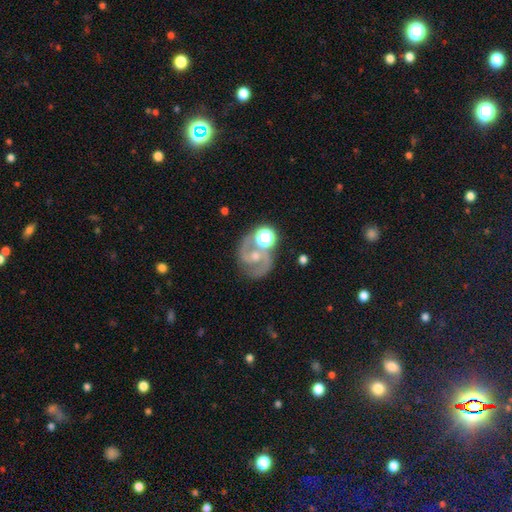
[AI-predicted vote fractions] smooth-or-featured: featured or disk: 77% | smooth: 13% | star or artifact: 10%
  disk-edge-on: no: 98% | yes: 2%
    bar: no: 43% | weak: 42% | strong: 14%
    has-spiral-arms: yes: 93% | no: 7%
      spiral-winding: medium: 58% | loose: 21% | tight: 21%
      spiral-arm-count: 2: 89% | can't tell: 4% | 1: 3% | 3: 2% | 4: 1% | more than 4: 1%
    bulge-size: moderate: 51% | small: 38% | large: 5% | none: 4% | dominant: 2%
  merging: none: 63% | merger: 15% | minor disturbance: 14% | major disturbance: 8%